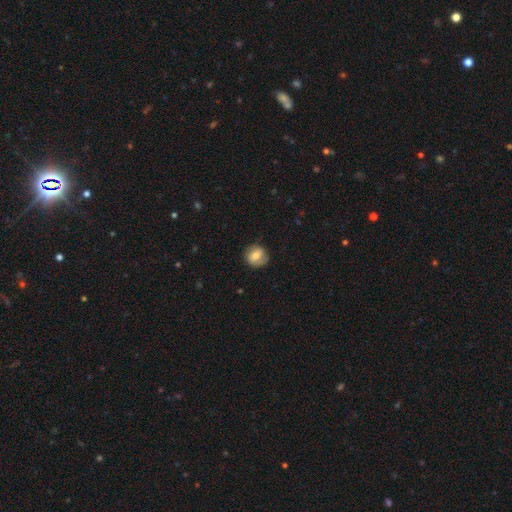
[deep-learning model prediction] Q: Smooth or featured?
A: smooth (64%); runner-up: featured or disk (28%)
Q: How rounded?
A: round (77%); runner-up: in between (22%)
Q: Merging?
A: none (78%); runner-up: minor disturbance (16%)